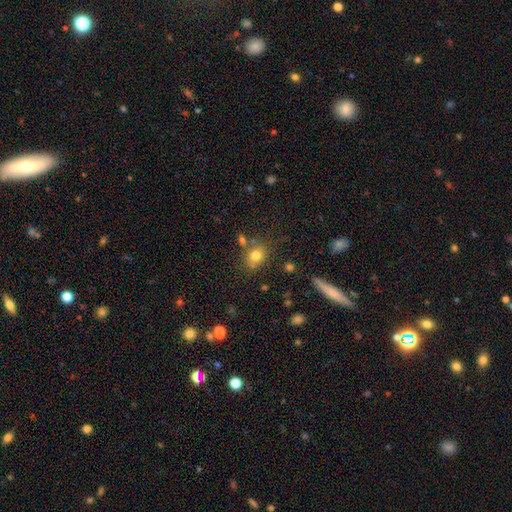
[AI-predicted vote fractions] Q: Smooth or featured?
A: smooth (78%); runner-up: star or artifact (12%)
Q: How rounded?
A: round (51%); runner-up: in between (47%)
Q: Merging?
A: none (66%); runner-up: minor disturbance (16%)